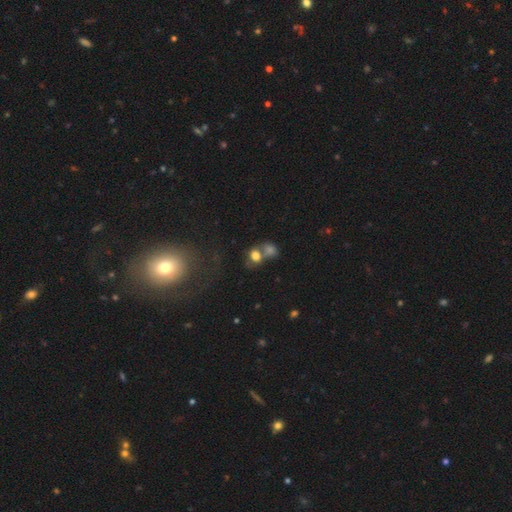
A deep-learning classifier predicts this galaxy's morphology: Smooth or featured? Predicted: smooth (p=0.72). How rounded? Predicted: round (p=0.58). Merging? Predicted: merger (p=0.54).